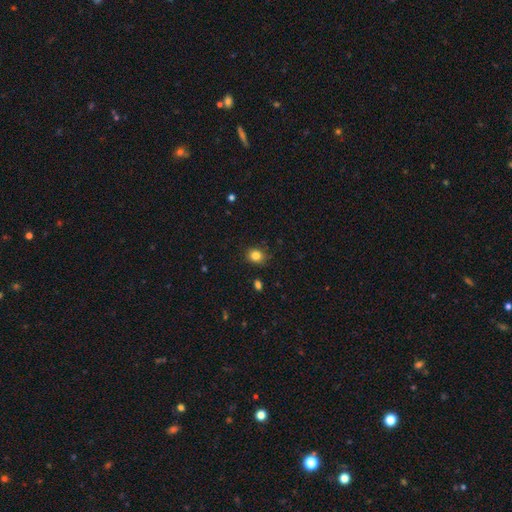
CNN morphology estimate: A smooth galaxy with no disk features (83%) that is round (77%).

Vote fractions:
- Smooth or featured? smooth: 83% / star or artifact: 12% / featured or disk: 5%
- How rounded? round: 77% / in between: 22% / cigar-shaped: 1%
- Merging? none: 84% / minor disturbance: 12% / major disturbance: 3% / merger: 2%